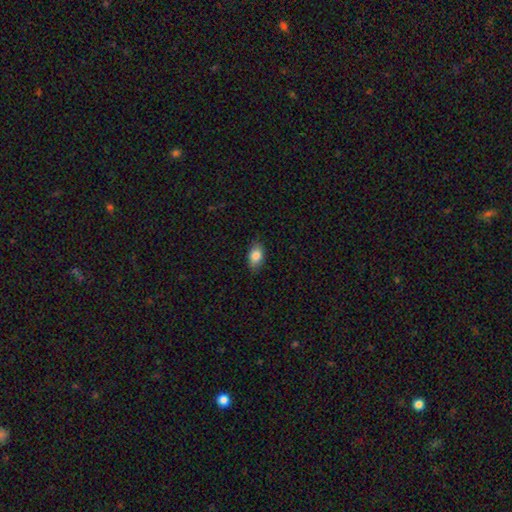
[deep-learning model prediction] Smooth or featured?
  - smooth: 85% *
  - featured or disk: 8%
  - star or artifact: 8%
How rounded?
  - in between: 88% *
  - round: 10%
  - cigar-shaped: 3%
Merging?
  - none: 84% *
  - minor disturbance: 13%
  - major disturbance: 2%
  - merger: 1%